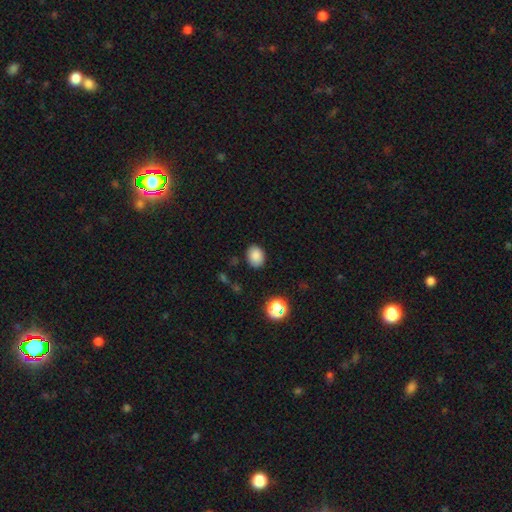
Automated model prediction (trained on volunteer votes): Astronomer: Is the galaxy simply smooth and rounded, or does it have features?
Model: smooth — 85%.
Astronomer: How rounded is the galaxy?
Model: in between — 59% (runner-up: round, 40%).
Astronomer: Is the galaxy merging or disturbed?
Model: none — 85%.